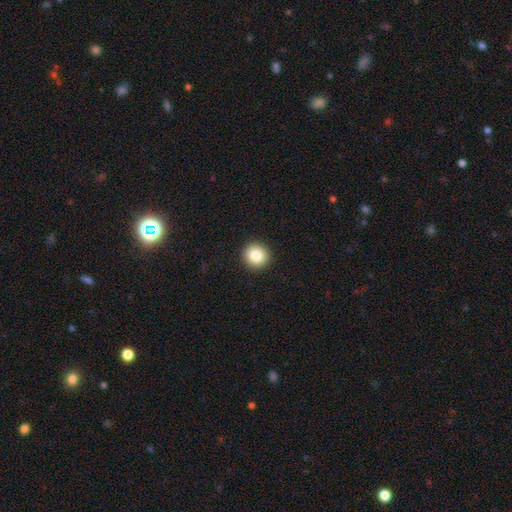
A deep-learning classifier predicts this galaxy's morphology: A smooth galaxy with no disk features (84%) that is round (93%). Merging: none (93%).